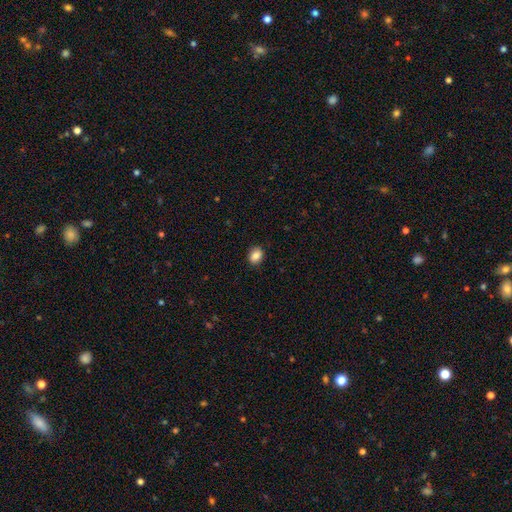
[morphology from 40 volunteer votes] Smooth or featured? smooth (92%)
How rounded? round (70%)
Merging? none (95%)